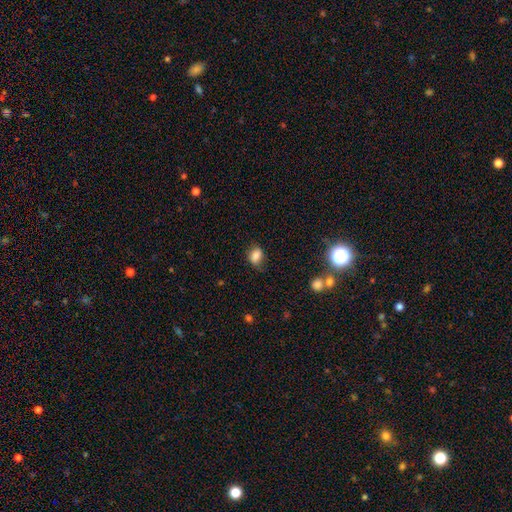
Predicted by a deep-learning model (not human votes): Q: Smooth or featured?
A: smooth (82%); runner-up: star or artifact (10%)
Q: How rounded?
A: in between (70%); runner-up: round (29%)
Q: Merging?
A: none (67%); runner-up: minor disturbance (24%)